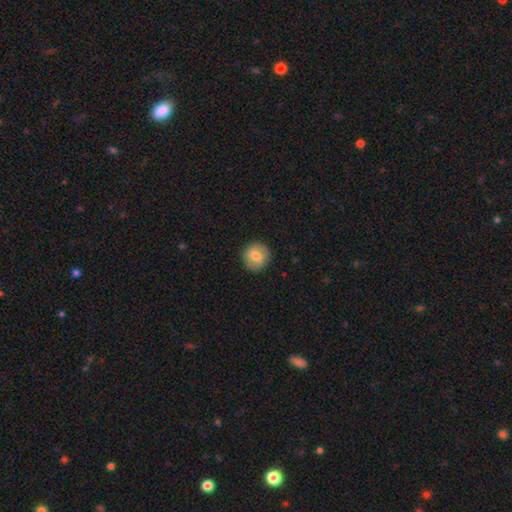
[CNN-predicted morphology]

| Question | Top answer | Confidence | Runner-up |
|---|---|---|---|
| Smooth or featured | smooth | 72% | featured or disk (21%) |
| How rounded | round | 91% | in between (8%) |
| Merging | none | 88% | minor disturbance (8%) |